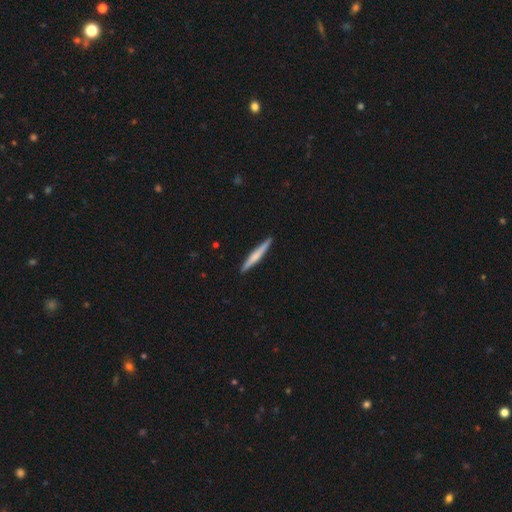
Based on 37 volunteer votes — This is possibly a featured or disk galaxy (59%). It is clearly viewed edge-on (100%). Edge-on bulge: possibly rounded (59%). Merging: clearly none (91%).